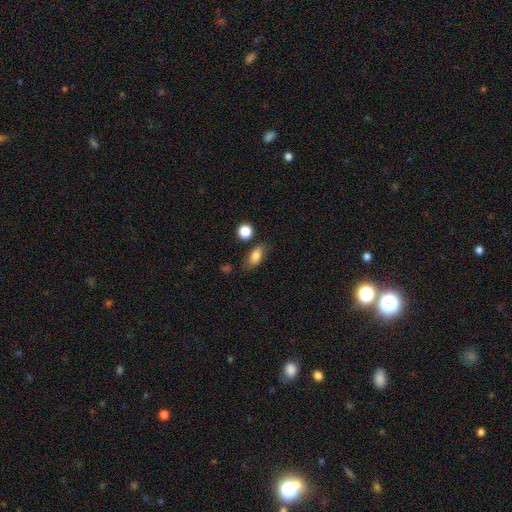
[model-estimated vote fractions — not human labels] Smooth or featured: smooth — 81% (featured or disk — 10%)
How rounded: in between — 83% (round — 11%)
Merging: none — 73% (minor disturbance — 17%)